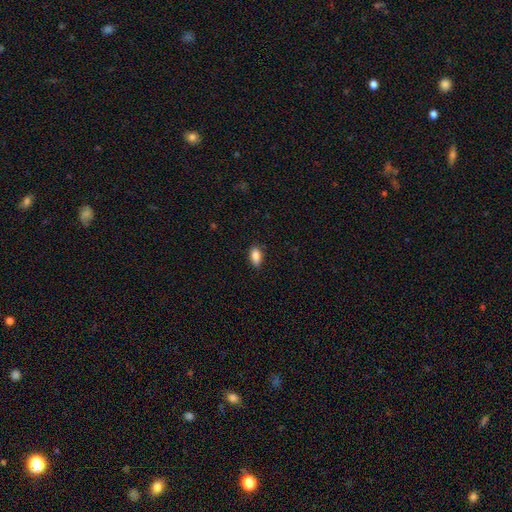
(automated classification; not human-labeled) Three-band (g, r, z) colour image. It shows a smooth galaxy with no disk features (87%) that is in between round and cigar-shaped (90%). Merging: none (86%).